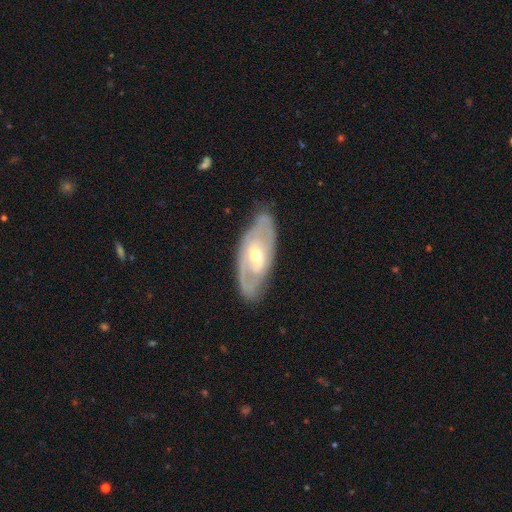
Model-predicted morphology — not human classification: The model was most divided on "bar": weak: 42%, no: 40%, strong: 18%. Remaining: edge-on disk — no (89%); spiral arms — yes (81%); smooth or featured — featured or disk (80%); merging — none (77%); spiral arm count — 2 (62%); bulge size — moderate (53%); spiral winding — tight (49%).